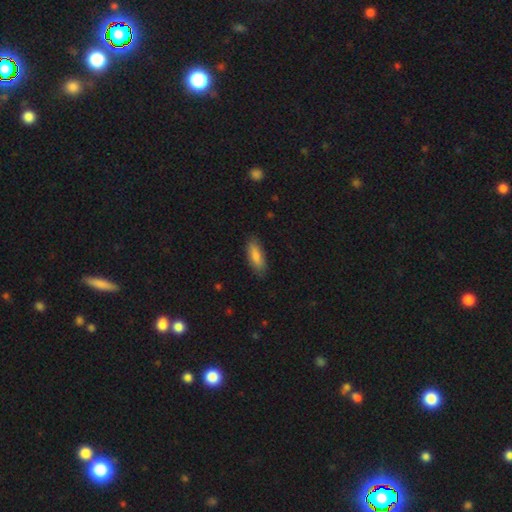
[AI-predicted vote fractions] Smooth or featured?
  - smooth: 82% *
  - featured or disk: 12%
  - star or artifact: 6%
How rounded?
  - in between: 66% *
  - cigar-shaped: 33%
  - round: 2%
Merging?
  - none: 84% *
  - minor disturbance: 12%
  - major disturbance: 2%
  - merger: 1%